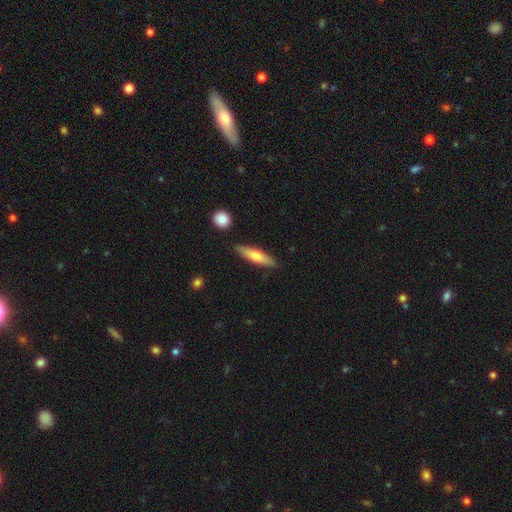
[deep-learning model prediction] A smooth galaxy with no disk features (59%) that is cigar-shaped (75%). Merging: none (85%).